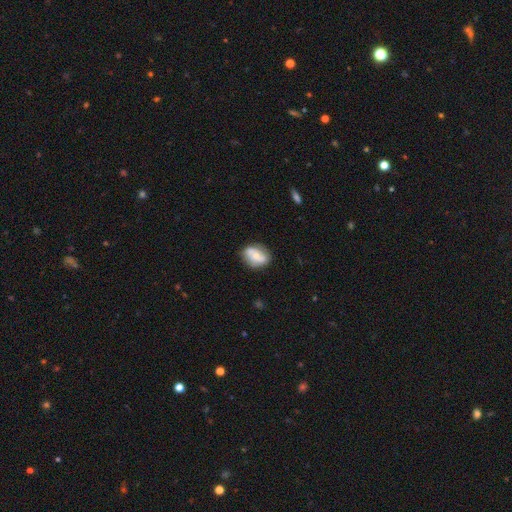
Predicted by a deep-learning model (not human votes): Smooth or featured?
  - featured or disk: 50% *
  - smooth: 43%
  - star or artifact: 7%
Merging?
  - none: 72% *
  - minor disturbance: 18%
  - merger: 6%
  - major disturbance: 5%